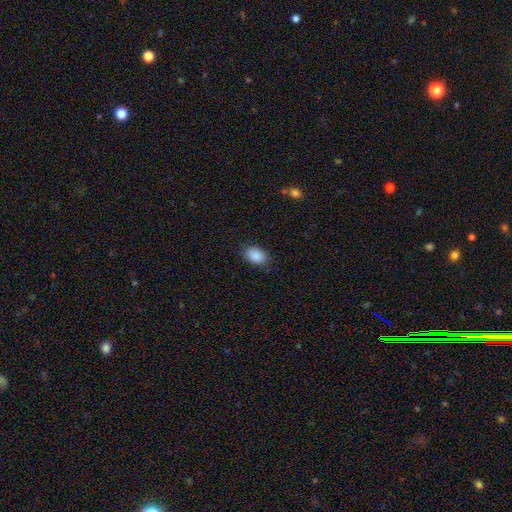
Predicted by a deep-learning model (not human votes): The model was most divided on "merging": none: 82%, minor disturbance: 14%, major disturbance: 3%, merger: 1%. More confident: smooth or featured — smooth (89%); how rounded — in between (84%).